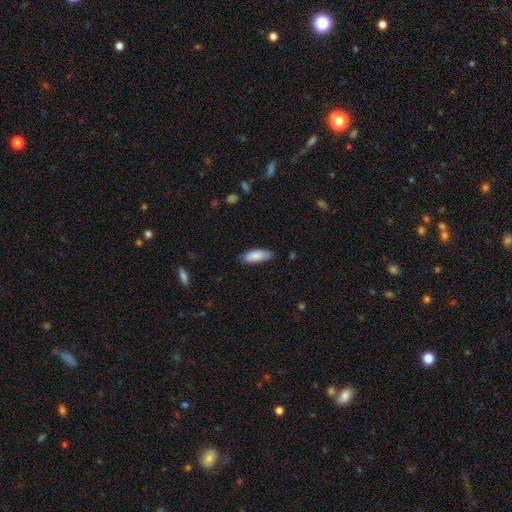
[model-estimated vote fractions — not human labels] The model was most divided on "how rounded": in between: 74%, cigar-shaped: 24%, round: 2%. More confident: smooth or featured — smooth (88%); merging — none (77%).